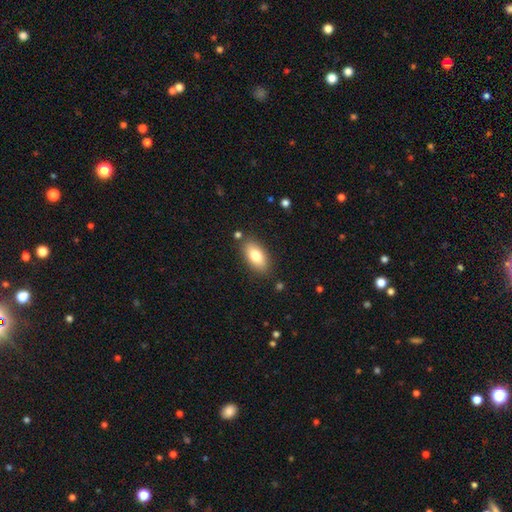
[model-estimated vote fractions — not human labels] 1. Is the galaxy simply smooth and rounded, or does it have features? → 80% smooth, 13% featured or disk, 7% star or artifact.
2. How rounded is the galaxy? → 91% in between, 6% cigar-shaped, 4% round.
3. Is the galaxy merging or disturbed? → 84% none, 11% minor disturbance, 3% merger, 3% major disturbance.